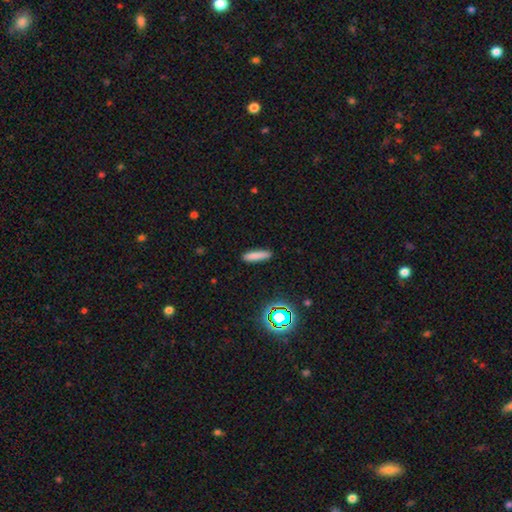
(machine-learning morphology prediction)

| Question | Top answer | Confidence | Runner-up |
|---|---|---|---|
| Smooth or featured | smooth | 81% | star or artifact (11%) |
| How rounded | cigar-shaped | 81% | in between (17%) |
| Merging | none | 89% | minor disturbance (8%) |